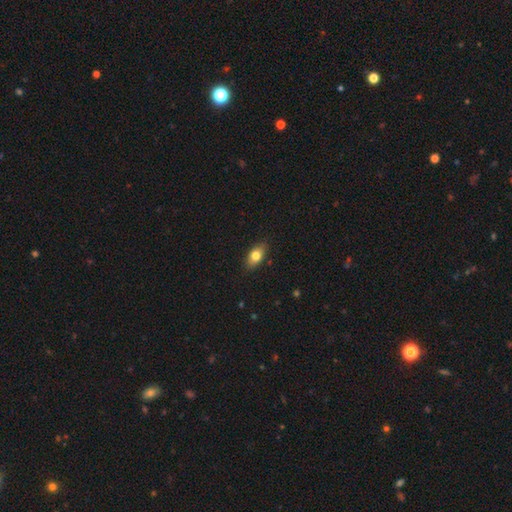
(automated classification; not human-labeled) Smooth or featured: smooth — 77% (featured or disk — 15%)
How rounded: in between — 86% (round — 8%)
Merging: none — 85% (minor disturbance — 11%)